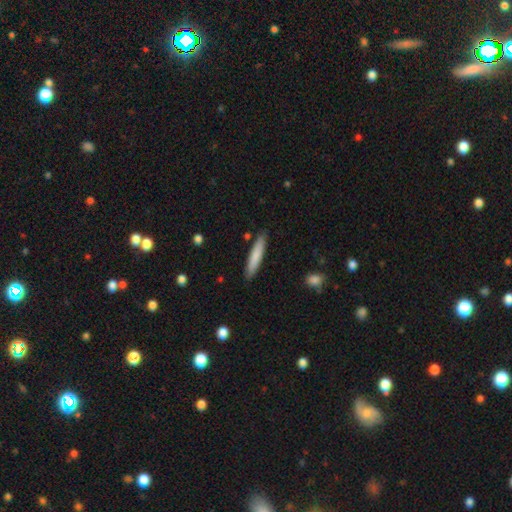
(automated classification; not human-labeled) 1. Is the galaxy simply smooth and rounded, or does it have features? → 79% smooth, 16% featured or disk, 5% star or artifact.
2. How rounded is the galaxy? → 91% cigar-shaped, 8% in between, 1% round.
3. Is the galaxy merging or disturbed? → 88% none, 9% minor disturbance, 2% merger, 2% major disturbance.